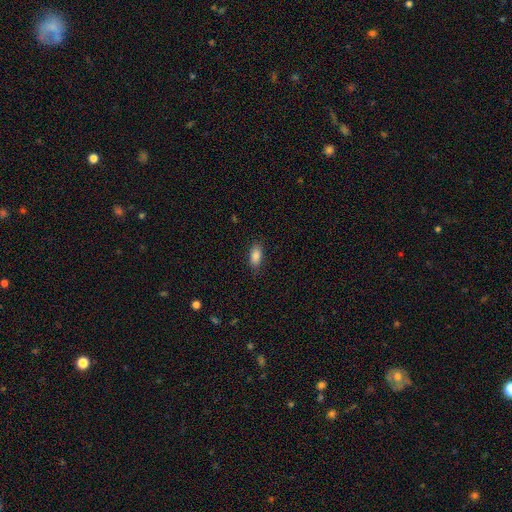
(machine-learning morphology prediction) A smooth galaxy with no disk features (87%) that is in between round and cigar-shaped (88%).

Vote fractions:
- Smooth or featured? smooth: 87% / star or artifact: 8% / featured or disk: 5%
- How rounded? in between: 88% / cigar-shaped: 8% / round: 3%
- Merging? none: 84% / minor disturbance: 12% / major disturbance: 3% / merger: 1%